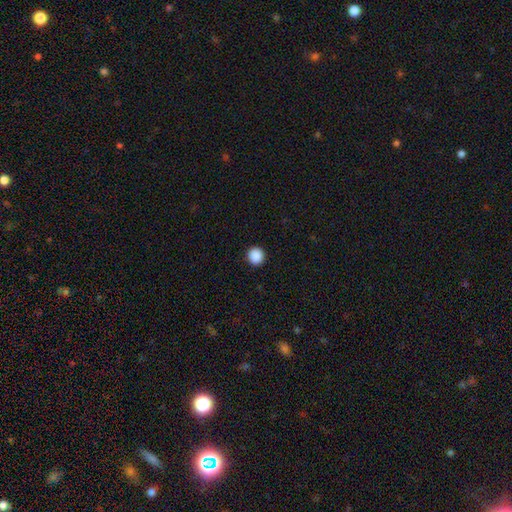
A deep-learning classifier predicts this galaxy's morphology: This is clearly a smooth galaxy (89%). How rounded: clearly round (94%). Merging: clearly none (93%).